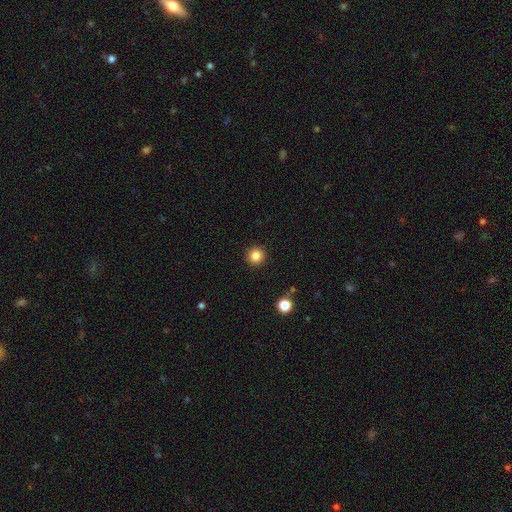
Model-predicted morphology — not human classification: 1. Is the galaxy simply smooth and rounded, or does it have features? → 84% smooth, 11% star or artifact, 5% featured or disk.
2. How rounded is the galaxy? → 95% round, 4% in between, 1% cigar-shaped.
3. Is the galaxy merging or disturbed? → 93% none, 5% minor disturbance, 2% major disturbance, 1% merger.